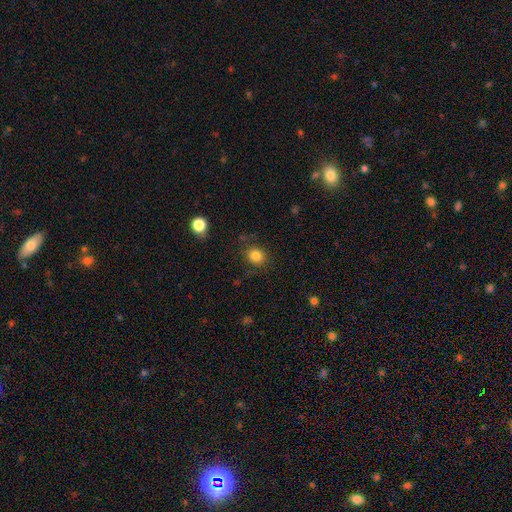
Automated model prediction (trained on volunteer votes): smooth 82%, star or artifact 12%, featured or disk 6%. Down the decision tree: how rounded — round (78%); merging — none (81%).